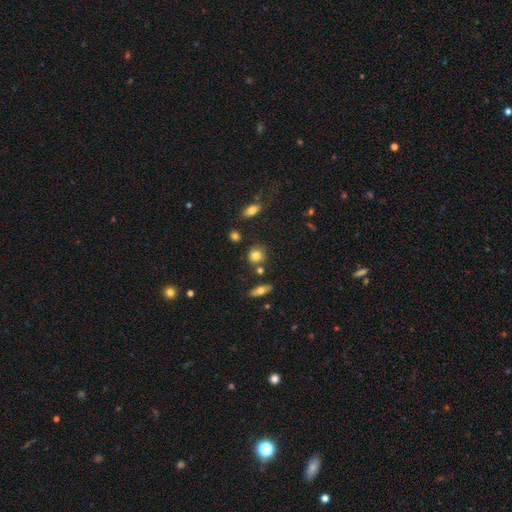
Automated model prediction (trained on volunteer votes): This is clearly a smooth galaxy (80%). How rounded: clearly round (85%). Merging: clearly none (80%).